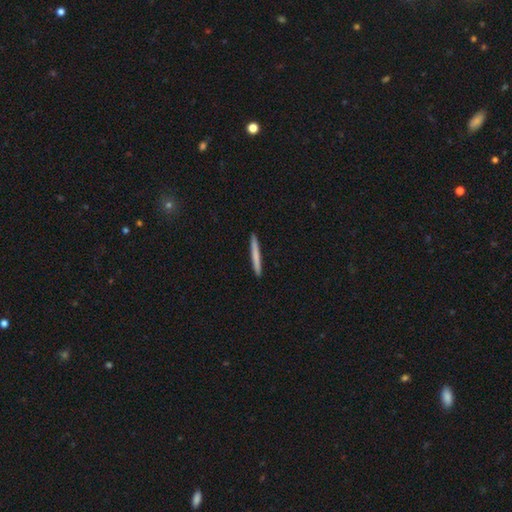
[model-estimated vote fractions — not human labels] Smooth or featured?
  - smooth: 70% *
  - featured or disk: 24%
  - star or artifact: 5%
How rounded?
  - cigar-shaped: 97% *
  - in between: 2%
  - round: 1%
Merging?
  - none: 93% *
  - minor disturbance: 5%
  - major disturbance: 1%
  - merger: 1%